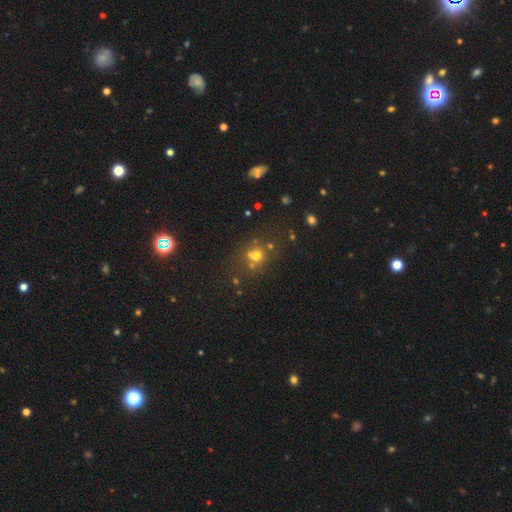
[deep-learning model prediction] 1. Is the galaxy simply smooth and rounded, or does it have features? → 60% smooth, 24% star or artifact, 17% featured or disk.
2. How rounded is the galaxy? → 72% round, 26% in between, 1% cigar-shaped.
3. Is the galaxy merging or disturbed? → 54% none, 27% merger, 12% minor disturbance, 7% major disturbance.